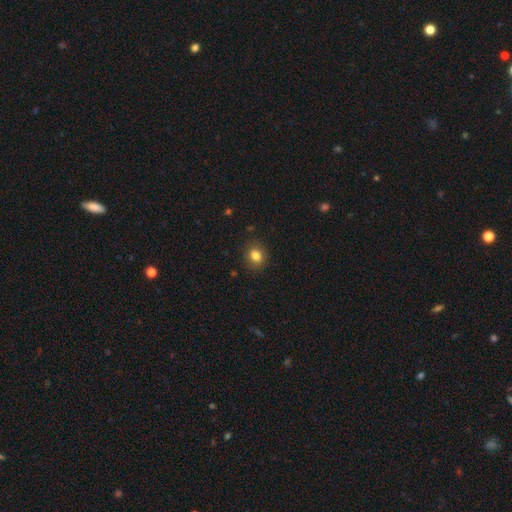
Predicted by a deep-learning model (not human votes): The model was most divided on "how rounded": round: 66%, in between: 33%, cigar-shaped: 1%. More confident: merging — none (86%); smooth or featured — smooth (82%).